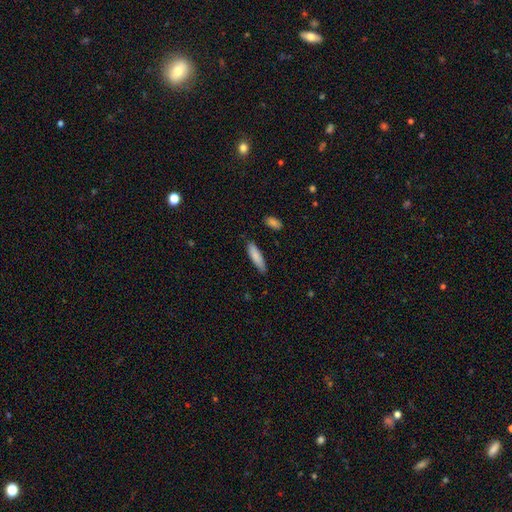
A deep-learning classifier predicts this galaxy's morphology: This appears to be a smooth galaxy with no disk features (84%) that is cigar-shaped (67%). Merging: none (82%).